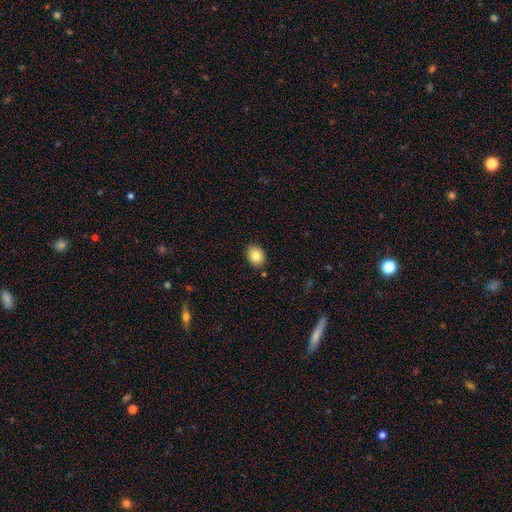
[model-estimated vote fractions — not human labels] Morphology: type=smooth (84%); roundness=in between (57%); merging=none (88%).